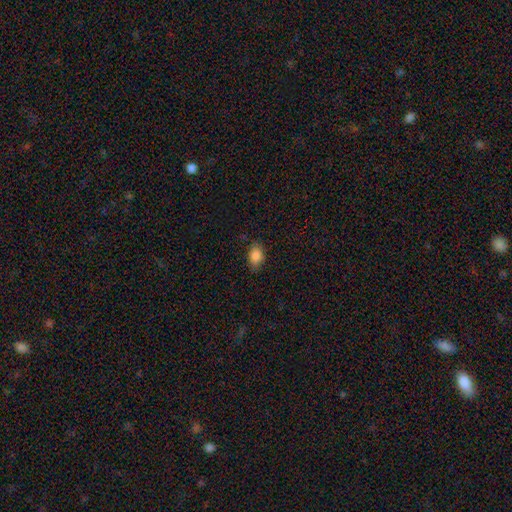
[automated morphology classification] Smooth or featured? smooth (86%)
How rounded? in between (81%)
Merging? none (80%)